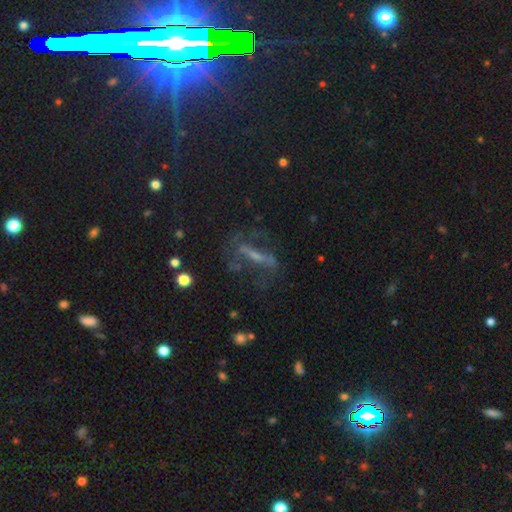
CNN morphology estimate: featured or disk 52%, star or artifact 25%, smooth 22%. Down the decision tree: edge-on disk — no (60%); merging — none (58%).